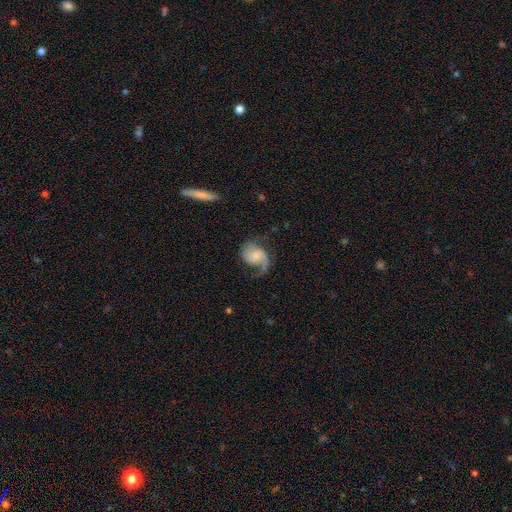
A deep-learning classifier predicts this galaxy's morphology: featured or disk 75%, smooth 18%, star or artifact 7%. Down the decision tree: edge-on disk — no (98%); bar — no (67%); spiral arms — yes (95%); spiral arm count — 2 (66%); spiral winding — loose (50%); bulge size — small (40%); merging — none (52%).